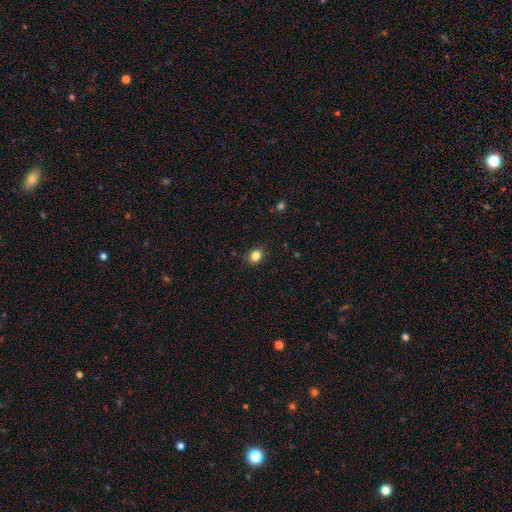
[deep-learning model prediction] This is clearly a smooth galaxy (84%). How rounded: possibly round (56%). Merging: clearly none (88%).